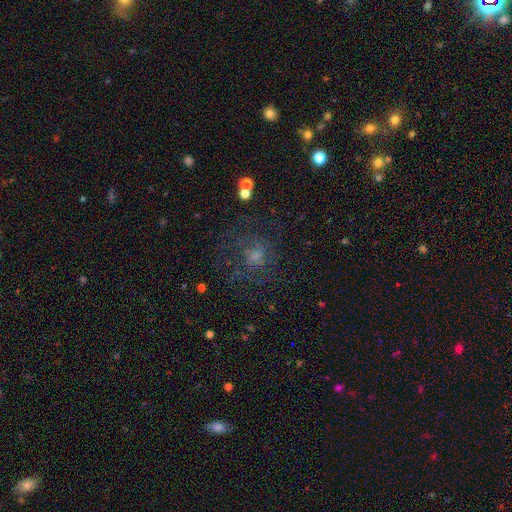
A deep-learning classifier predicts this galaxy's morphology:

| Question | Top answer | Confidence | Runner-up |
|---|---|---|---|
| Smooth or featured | featured or disk | 53% | smooth (29%) |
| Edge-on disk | no | 97% | yes (3%) |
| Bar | no | 69% | weak (27%) |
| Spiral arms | yes | 74% | no (26%) |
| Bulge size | small | 41% | moderate (33%) |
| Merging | none | 62% | major disturbance (19%) |